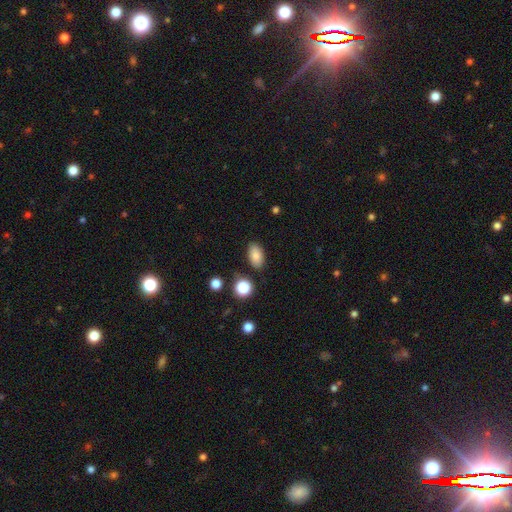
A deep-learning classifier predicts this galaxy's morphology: A smooth galaxy with no disk features (83%) that is in between round and cigar-shaped (91%). Merging: none (84%).